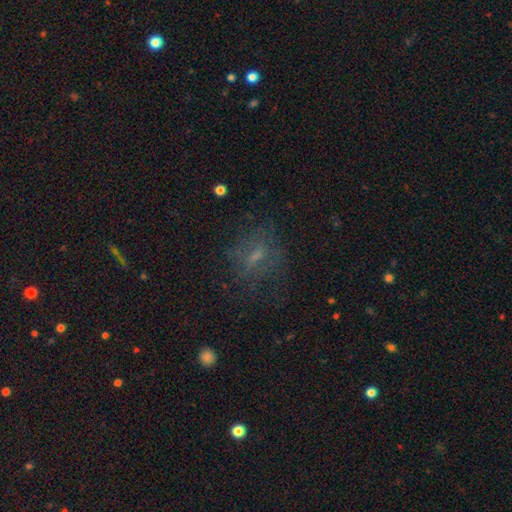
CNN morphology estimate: Smooth or featured? Predicted: smooth (p=0.45). Merging? Predicted: none (p=0.66).